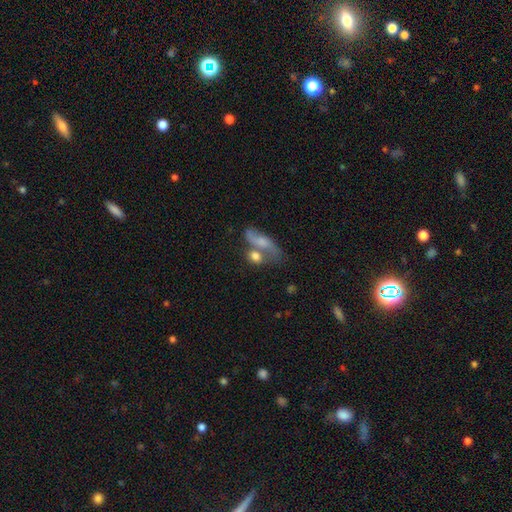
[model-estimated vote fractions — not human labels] Q: Smooth or featured?
A: smooth (65%); runner-up: featured or disk (26%)
Q: How rounded?
A: in between (56%); runner-up: round (34%)
Q: Merging?
A: merger (46%); runner-up: none (32%)